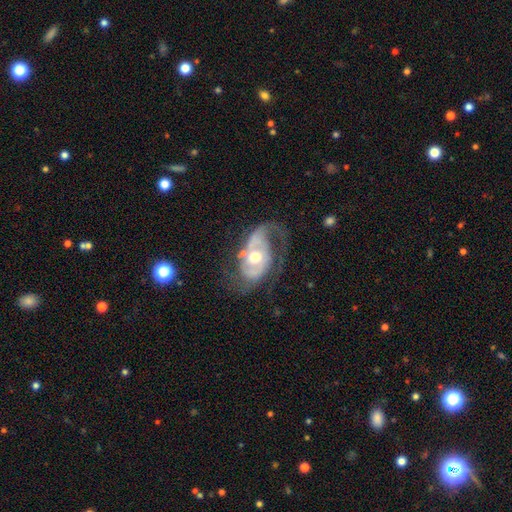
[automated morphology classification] A featured or disk galaxy (83%) with no bar (61%), 2 (59%) medium (42%) spiral arms (88%) and a moderate central bulge (73%). Merging: none (47%).